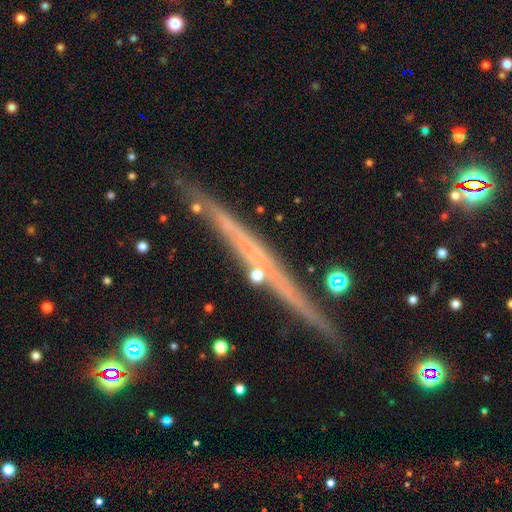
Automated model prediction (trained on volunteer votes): Overall: featured or disk (71%). Edge-on disk: yes (96%). Edge-on bulge: none (71%). Merging: none (85%).